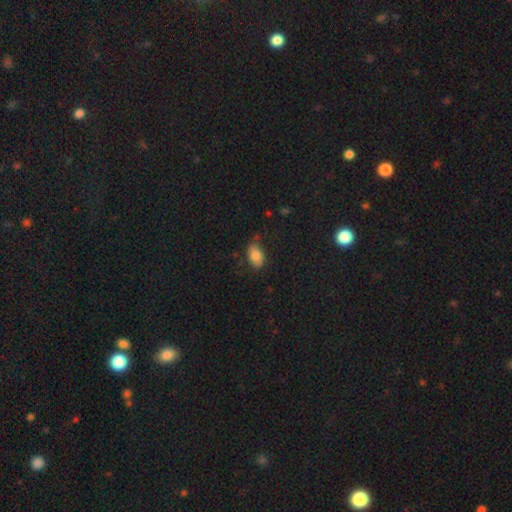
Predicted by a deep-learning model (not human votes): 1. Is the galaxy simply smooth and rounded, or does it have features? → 82% smooth, 9% featured or disk, 9% star or artifact.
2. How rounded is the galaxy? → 90% in between, 7% round, 2% cigar-shaped.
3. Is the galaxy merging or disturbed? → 68% none, 23% minor disturbance, 6% major disturbance, 3% merger.